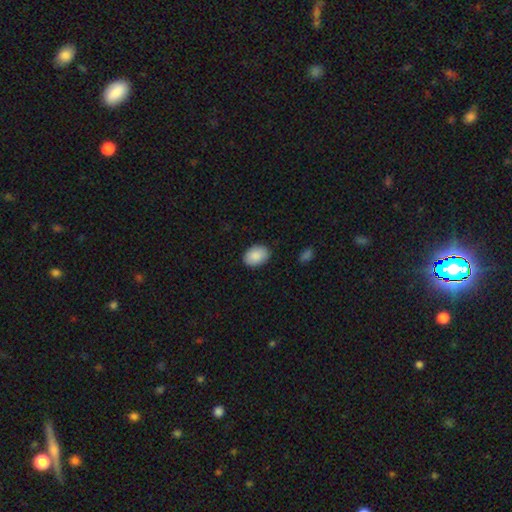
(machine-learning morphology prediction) smooth_or_featured: smooth (p=0.90) [alt: star or artifact p=0.06]
how_rounded: in between (p=0.81) [alt: round p=0.18]
merging: none (p=0.87) [alt: minor disturbance p=0.10]